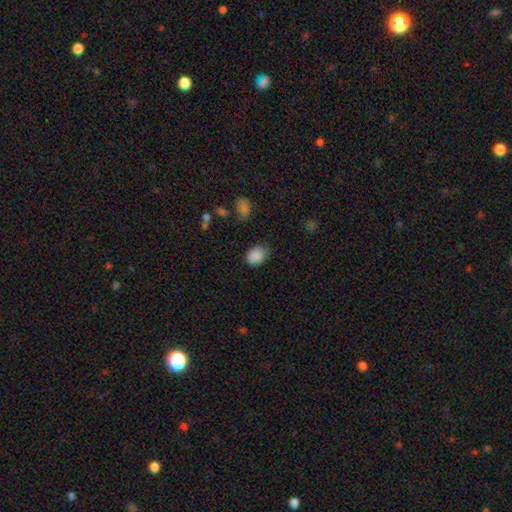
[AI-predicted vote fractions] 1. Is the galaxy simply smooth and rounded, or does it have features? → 87% smooth, 9% star or artifact, 4% featured or disk.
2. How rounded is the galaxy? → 63% in between, 36% round, 1% cigar-shaped.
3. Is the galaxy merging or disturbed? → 68% none, 26% minor disturbance, 5% major disturbance, 2% merger.